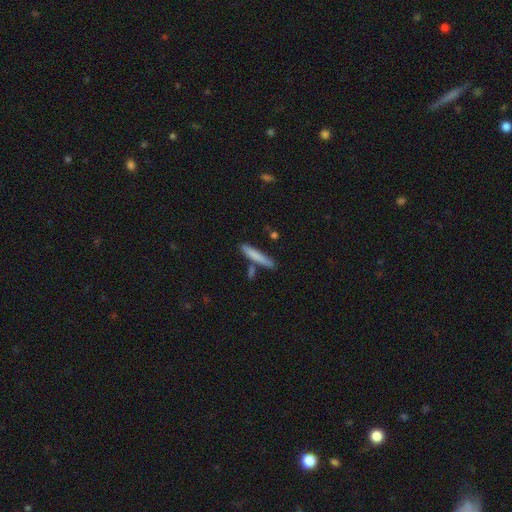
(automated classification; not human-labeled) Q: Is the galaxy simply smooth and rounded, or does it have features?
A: smooth — 77%.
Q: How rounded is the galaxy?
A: cigar-shaped — 92%.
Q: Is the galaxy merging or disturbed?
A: none — 76%.